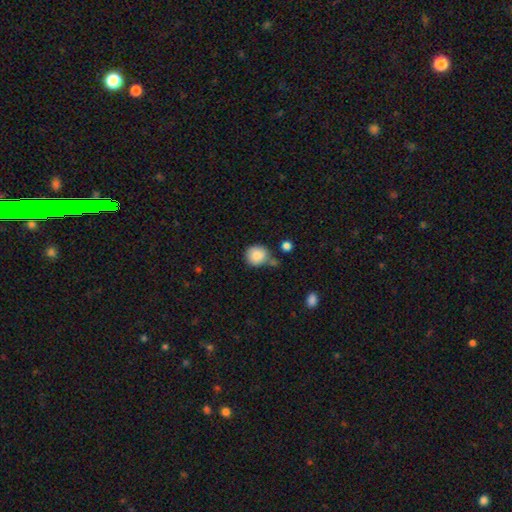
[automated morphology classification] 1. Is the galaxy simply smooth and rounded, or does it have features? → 87% smooth, 8% star or artifact, 5% featured or disk.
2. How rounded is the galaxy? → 88% round, 11% in between, 1% cigar-shaped.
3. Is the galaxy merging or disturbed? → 64% none, 17% minor disturbance, 14% merger, 5% major disturbance.